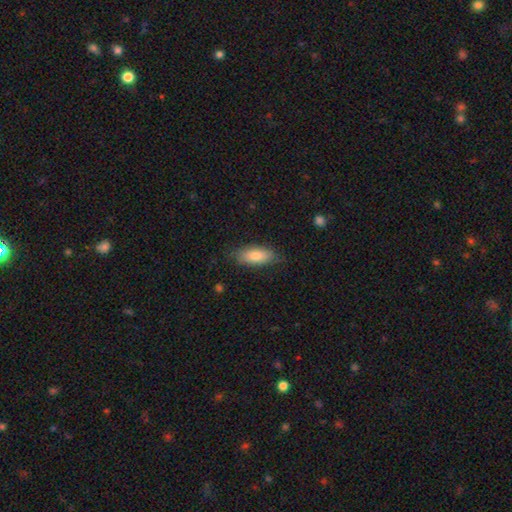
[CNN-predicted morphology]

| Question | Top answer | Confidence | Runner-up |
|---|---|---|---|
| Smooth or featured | smooth | 78% | featured or disk (15%) |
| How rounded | in between | 74% | cigar-shaped (24%) |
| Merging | none | 80% | minor disturbance (16%) |